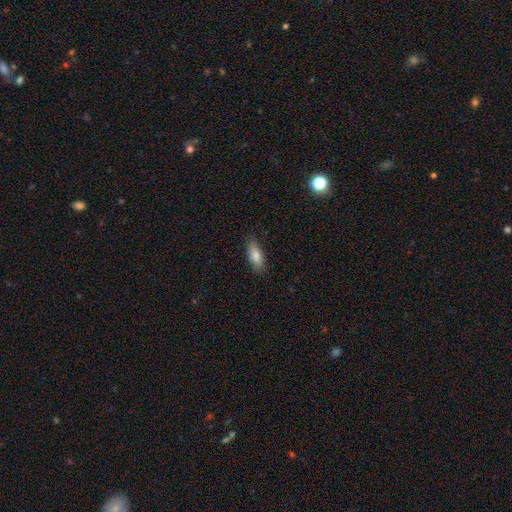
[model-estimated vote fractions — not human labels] A smooth galaxy with no disk features (80%) that is in between round and cigar-shaped (72%).

Vote fractions:
- Smooth or featured? smooth: 80% / featured or disk: 13% / star or artifact: 7%
- How rounded? in between: 72% / cigar-shaped: 26% / round: 2%
- Merging? none: 82% / minor disturbance: 14% / major disturbance: 3% / merger: 1%